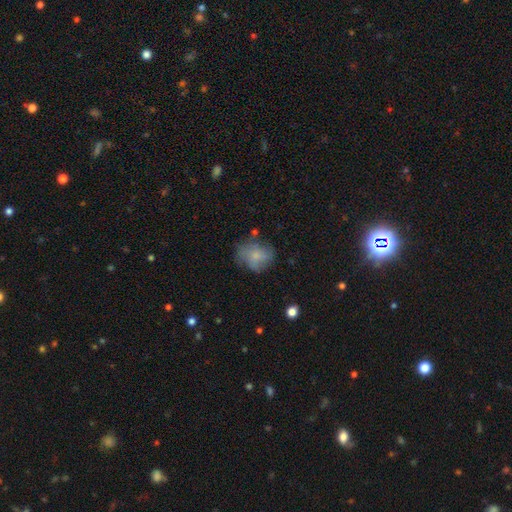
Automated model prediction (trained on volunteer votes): smooth 63%, featured or disk 27%, star or artifact 10%. Down the decision tree: how rounded — round (57%); merging — none (55%).